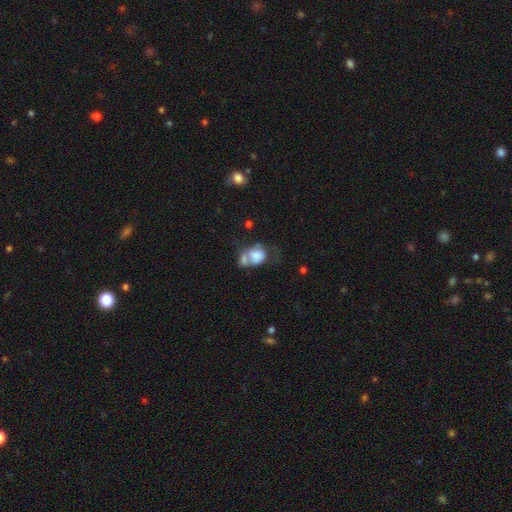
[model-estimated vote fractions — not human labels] Smooth or featured?
  - smooth: 68% *
  - featured or disk: 23%
  - star or artifact: 8%
How rounded?
  - round: 51% *
  - in between: 48%
  - cigar-shaped: 1%
Merging?
  - merger: 54% *
  - none: 18%
  - major disturbance: 14%
  - minor disturbance: 13%